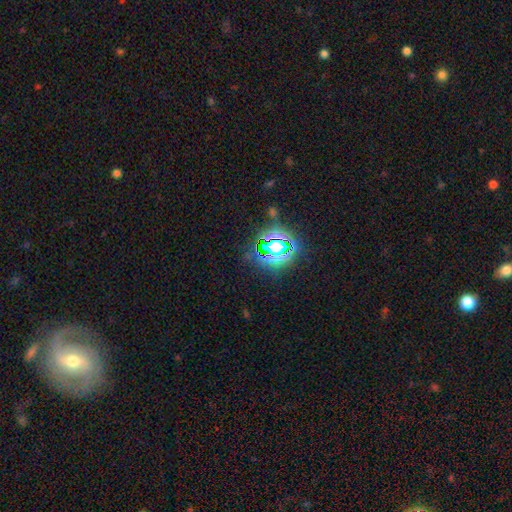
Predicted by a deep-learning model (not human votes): This is likely a star or artifact rather than a galaxy (71%).